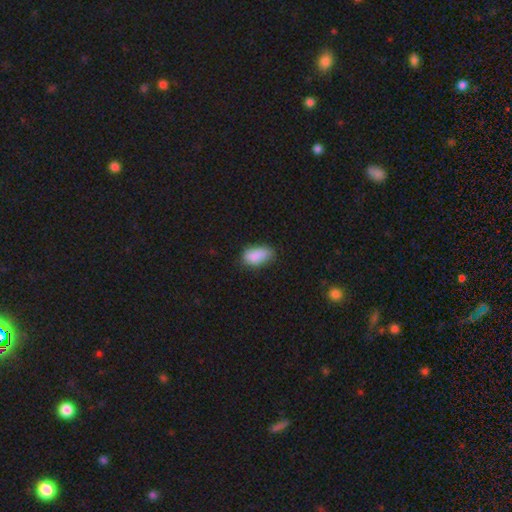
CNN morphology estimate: Smooth or featured: smooth — 86% (star or artifact — 8%)
How rounded: in between — 92% (round — 5%)
Merging: none — 63% (minor disturbance — 29%)